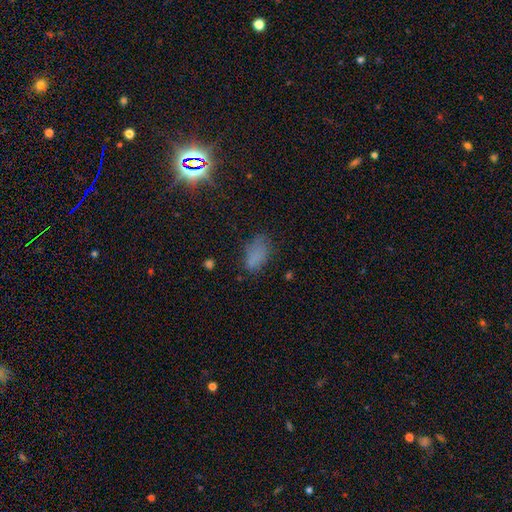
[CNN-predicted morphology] This is likely a smooth galaxy (69%). How rounded: clearly in between (90%). Merging: possibly none (58%).